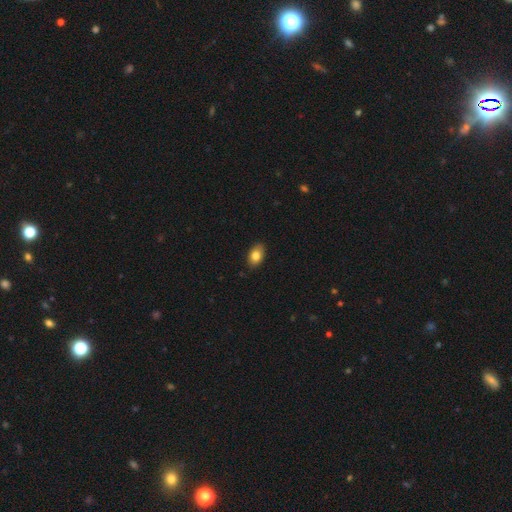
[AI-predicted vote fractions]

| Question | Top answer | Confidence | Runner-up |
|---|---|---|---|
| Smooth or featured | smooth | 82% | featured or disk (10%) |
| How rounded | in between | 87% | round (11%) |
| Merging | none | 87% | minor disturbance (10%) |